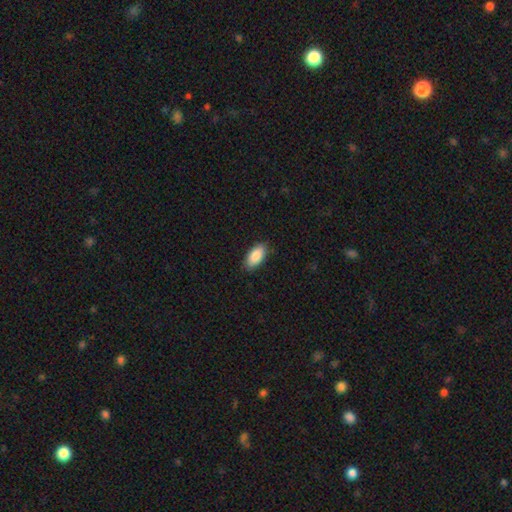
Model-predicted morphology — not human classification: type=smooth (88%); roundness=in between (93%); merging=none (87%).